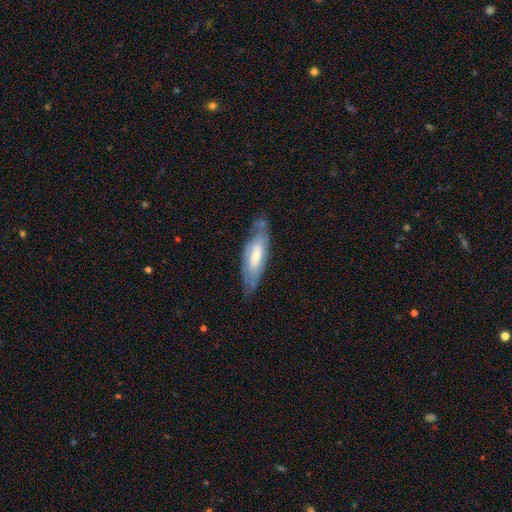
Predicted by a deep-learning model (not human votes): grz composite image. It shows a featured or disk galaxy (52%). Merging: none (66%).